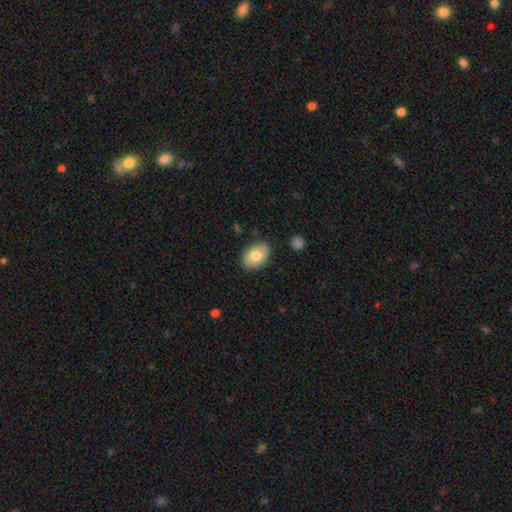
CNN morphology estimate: Smooth or featured?
  - smooth: 78% *
  - featured or disk: 15%
  - star or artifact: 7%
How rounded?
  - in between: 83% *
  - round: 16%
  - cigar-shaped: 1%
Merging?
  - none: 82% *
  - minor disturbance: 14%
  - major disturbance: 3%
  - merger: 2%